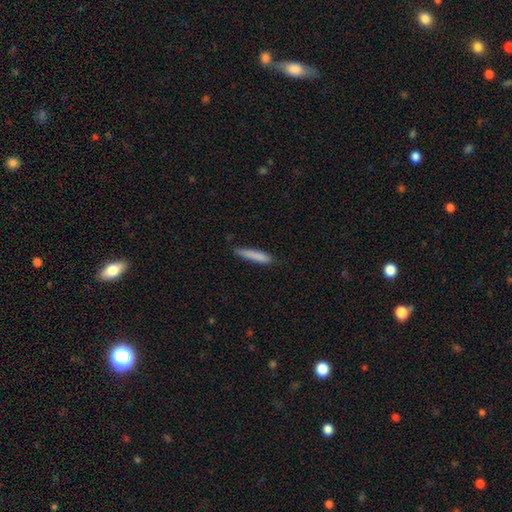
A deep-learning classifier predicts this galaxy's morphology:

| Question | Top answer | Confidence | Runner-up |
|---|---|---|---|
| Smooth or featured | smooth | 82% | featured or disk (12%) |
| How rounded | cigar-shaped | 91% | in between (8%) |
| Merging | none | 78% | minor disturbance (17%) |